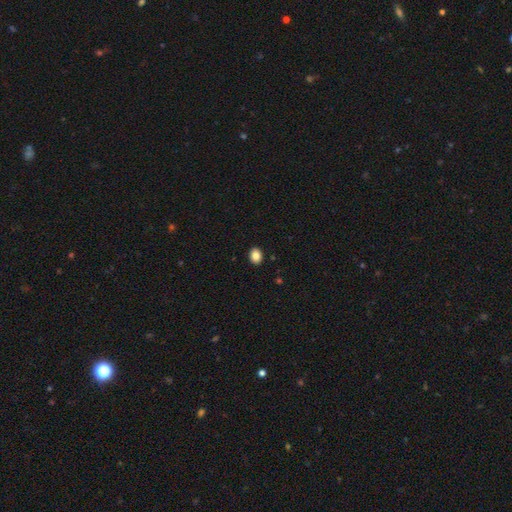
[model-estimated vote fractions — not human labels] Smooth or featured: smooth — 85% (star or artifact — 9%)
How rounded: in between — 63% (round — 36%)
Merging: none — 91% (minor disturbance — 6%)